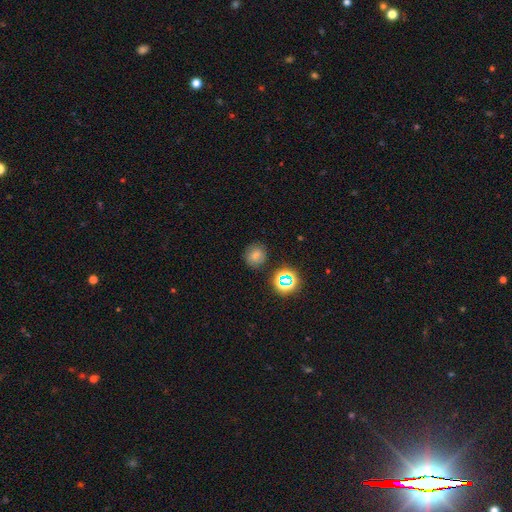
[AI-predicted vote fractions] Smooth or featured? smooth (55%)
How rounded? round (86%)
Merging? none (86%)